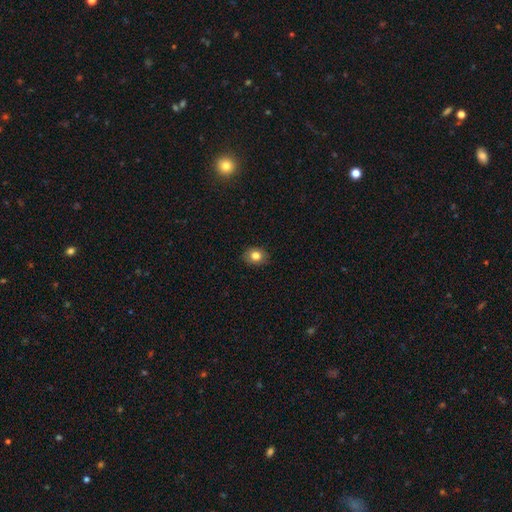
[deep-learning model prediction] This is clearly a smooth galaxy (81%). How rounded: possibly round (50%). Merging: clearly none (87%).